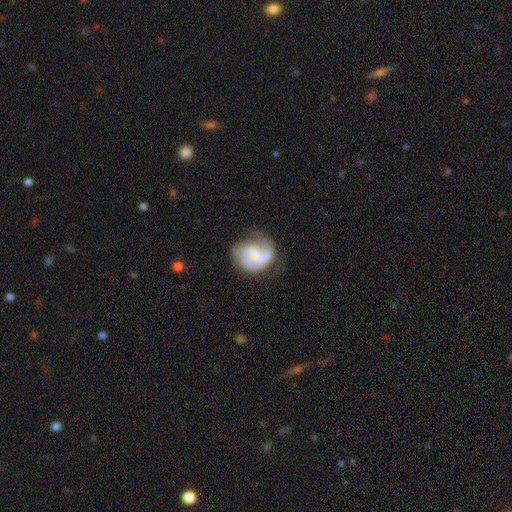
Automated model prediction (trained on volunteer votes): This appears to be a featured or disk galaxy (80%) with a weak bar (48%), 2 (72%) medium (51%) spiral arms (94%) and a small central bulge (55%). Merging: none (55%).